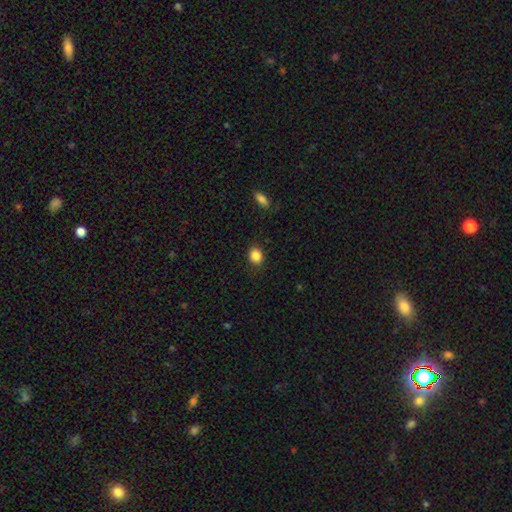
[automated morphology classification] A smooth galaxy with no disk features (86%) that is round (64%). Merging: none (87%).